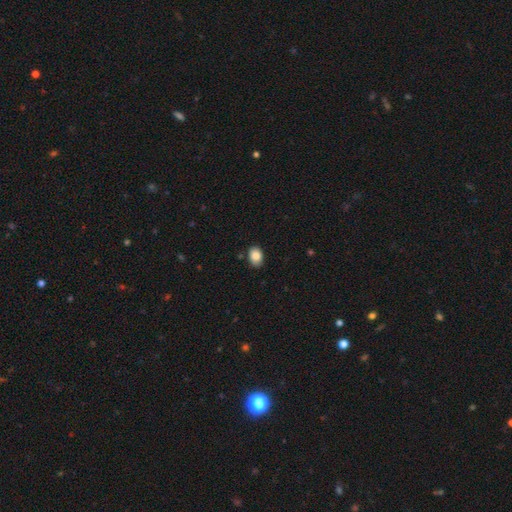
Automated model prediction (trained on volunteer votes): Overall: smooth (87%). How rounded: in between (78%). Merging: none (82%).